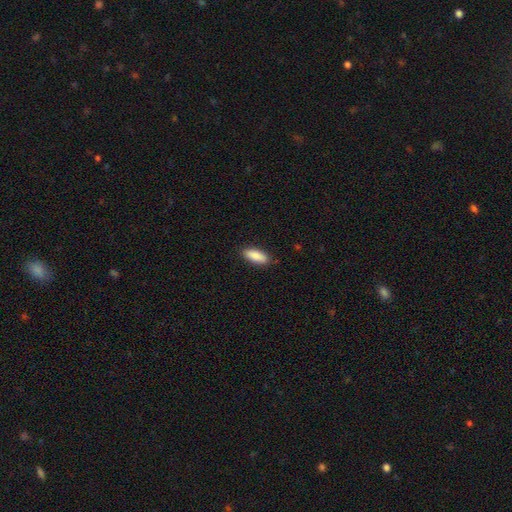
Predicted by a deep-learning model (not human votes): Smooth or featured?
  - smooth: 89% *
  - star or artifact: 6%
  - featured or disk: 5%
How rounded?
  - in between: 77% *
  - cigar-shaped: 21%
  - round: 2%
Merging?
  - none: 88% *
  - minor disturbance: 9%
  - major disturbance: 2%
  - merger: 1%